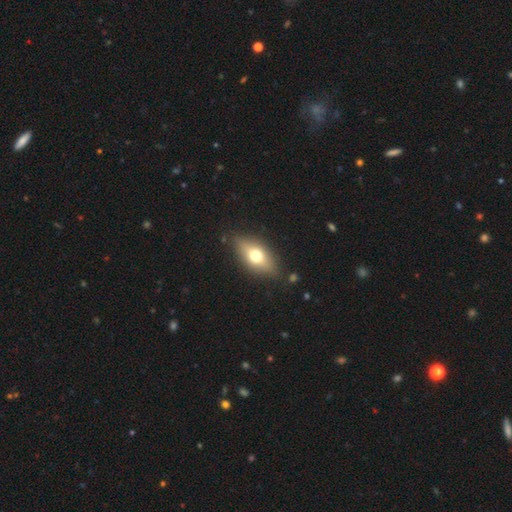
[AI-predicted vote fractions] A smooth galaxy with no disk features (61%) that is in between round and cigar-shaped (80%). Merging: none (82%).